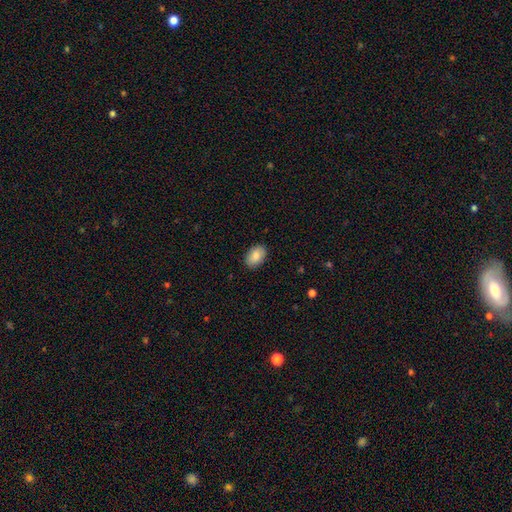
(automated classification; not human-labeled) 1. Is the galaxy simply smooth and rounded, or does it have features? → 88% smooth, 7% star or artifact, 5% featured or disk.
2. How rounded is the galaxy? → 90% in between, 9% round, 1% cigar-shaped.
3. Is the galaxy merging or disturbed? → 88% none, 9% minor disturbance, 2% major disturbance, 1% merger.